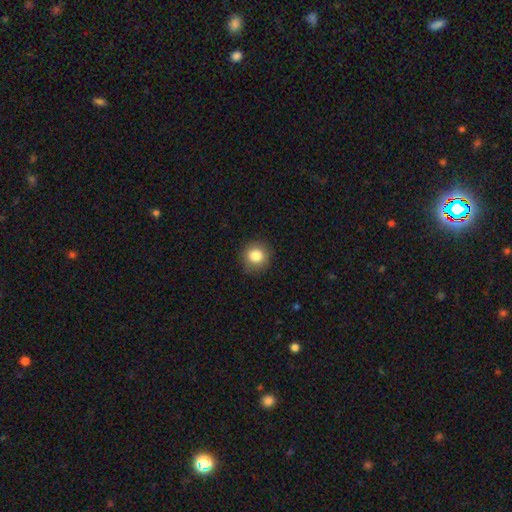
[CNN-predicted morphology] This appears to be a smooth galaxy with no disk features (84%) that is round (91%). Merging: none (87%).